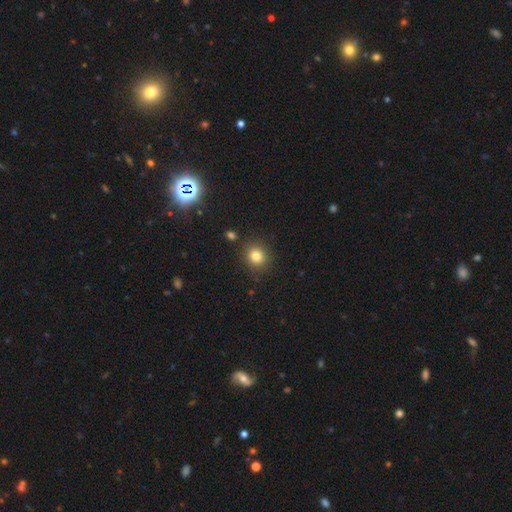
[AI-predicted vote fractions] This is clearly a smooth galaxy (80%). How rounded: clearly round (85%). Merging: clearly none (87%).